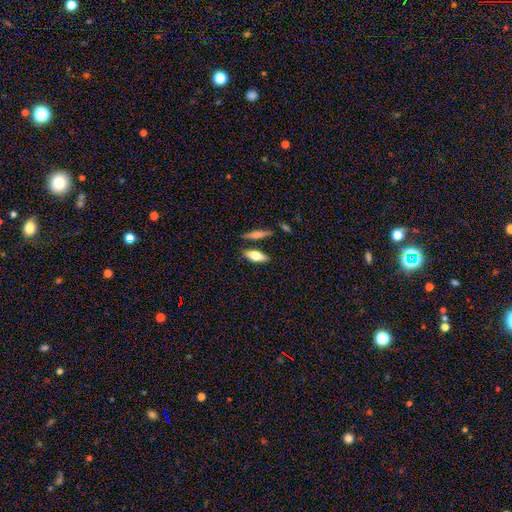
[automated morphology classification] Smooth or featured? smooth (66%)
How rounded? in between (58%)
Merging? none (77%)